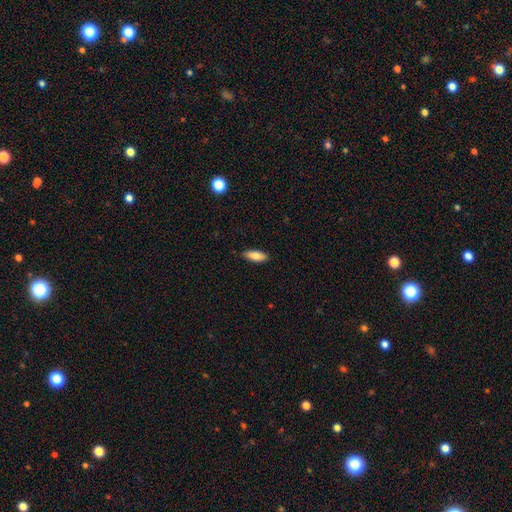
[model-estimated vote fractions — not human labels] The model was most divided on "how rounded": in between: 68%, cigar-shaped: 30%, round: 2%. More confident: merging — none (87%); smooth or featured — smooth (83%).